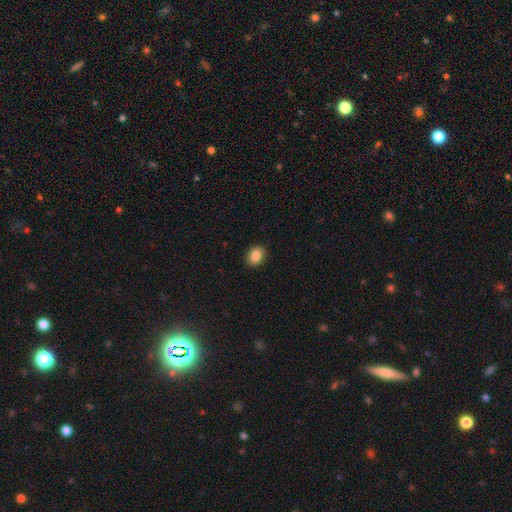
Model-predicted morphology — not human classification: Q: Smooth or featured?
A: smooth (87%); runner-up: star or artifact (8%)
Q: How rounded?
A: in between (62%); runner-up: round (37%)
Q: Merging?
A: none (90%); runner-up: minor disturbance (7%)